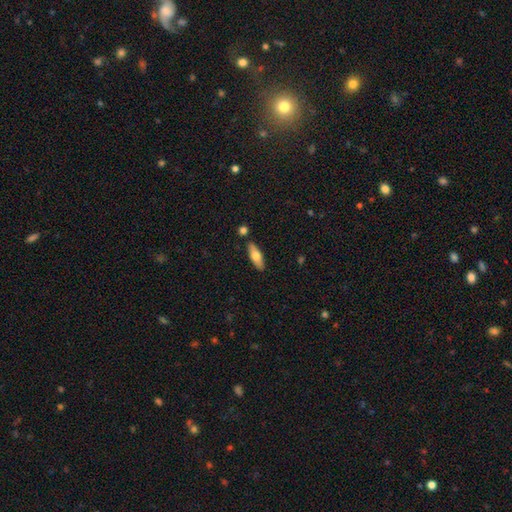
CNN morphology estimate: This is likely a smooth galaxy (64%). How rounded: possibly in between (56%). Merging: clearly none (84%).